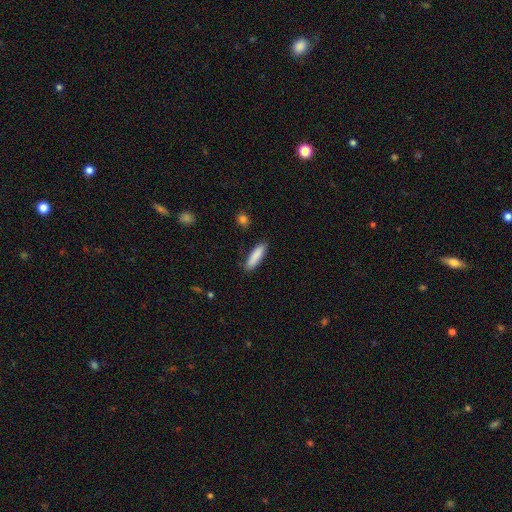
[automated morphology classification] The model was most divided on "how rounded": cigar-shaped: 66%, in between: 33%, round: 1%. More confident: smooth or featured — smooth (87%); merging — none (86%).